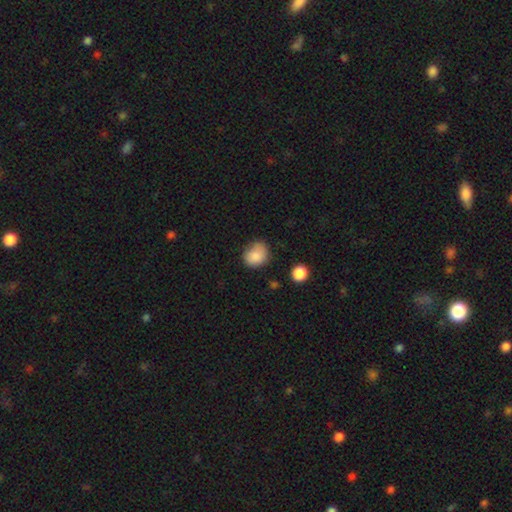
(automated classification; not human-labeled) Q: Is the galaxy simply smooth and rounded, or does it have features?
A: smooth — 85%.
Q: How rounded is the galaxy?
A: round — 61%.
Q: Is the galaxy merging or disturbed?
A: none — 61%.